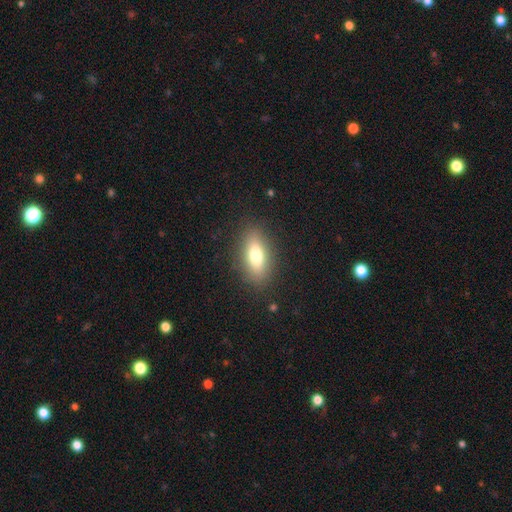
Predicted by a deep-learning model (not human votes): The model was most divided on "how rounded": in between: 76%, cigar-shaped: 20%, round: 4%. More confident: merging — none (86%); smooth or featured — smooth (75%).